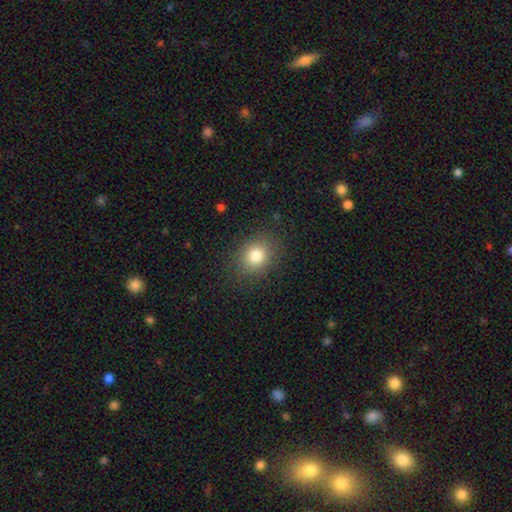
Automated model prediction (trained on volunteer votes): Q: Smooth or featured?
A: smooth (81%); runner-up: star or artifact (11%)
Q: How rounded?
A: round (58%); runner-up: in between (41%)
Q: Merging?
A: none (85%); runner-up: minor disturbance (10%)